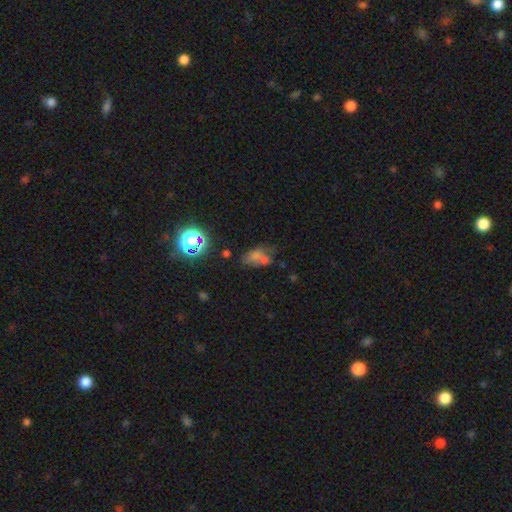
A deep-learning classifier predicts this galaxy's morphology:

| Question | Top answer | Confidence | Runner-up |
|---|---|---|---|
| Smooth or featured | smooth | 57% | star or artifact (25%) |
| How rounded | in between | 75% | round (21%) |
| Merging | none | 35% | tied: merger (35%) |